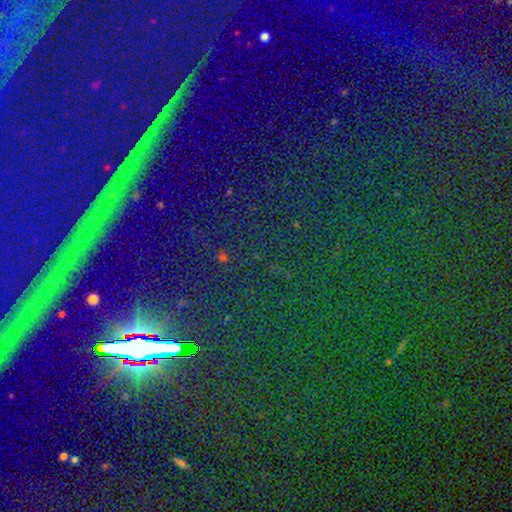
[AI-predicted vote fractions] Overall: star or artifact (84%).